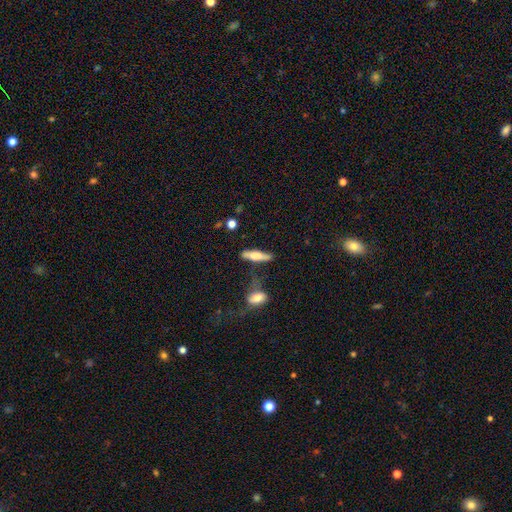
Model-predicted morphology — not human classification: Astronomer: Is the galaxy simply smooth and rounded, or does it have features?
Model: smooth — 66%.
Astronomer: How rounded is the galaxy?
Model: cigar-shaped — 70%.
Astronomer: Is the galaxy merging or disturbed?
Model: none — 58%.